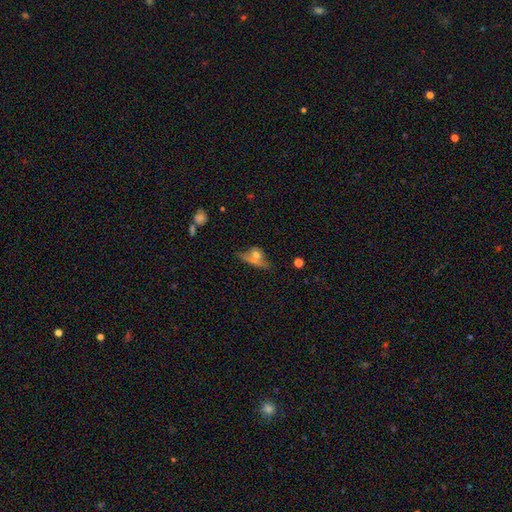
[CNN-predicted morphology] This is possibly a smooth galaxy (57%). How rounded: possibly in between (57%). Merging: marginally none (36%).